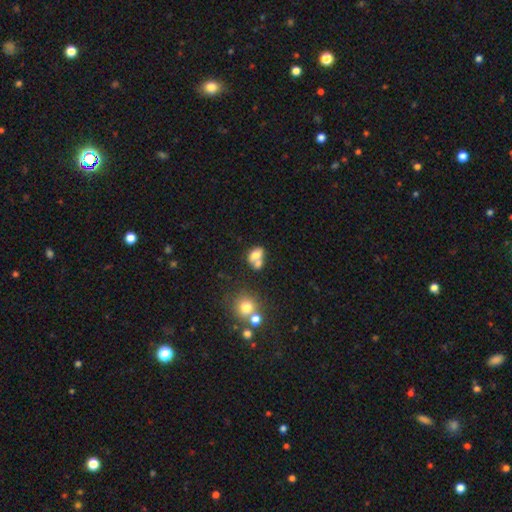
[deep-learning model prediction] Smooth or featured? smooth (70%)
How rounded? in between (70%)
Merging? merger (50%)